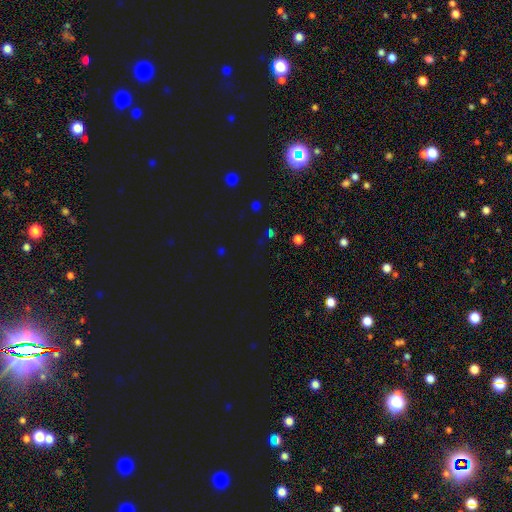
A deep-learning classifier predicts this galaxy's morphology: This is likely a star or artifact rather than a galaxy (68%).